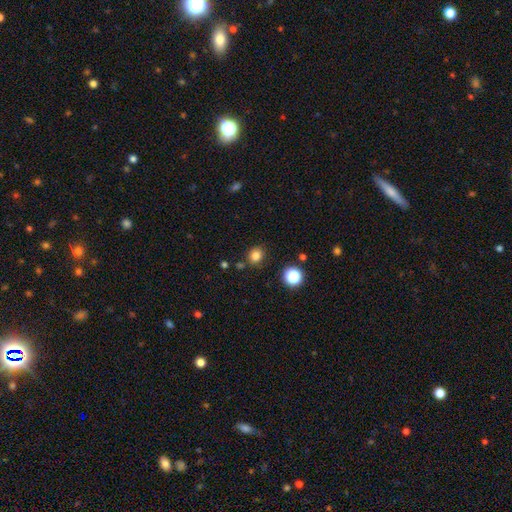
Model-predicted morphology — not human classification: A smooth galaxy with no disk features (81%) that is round (77%). Merging: none (81%).